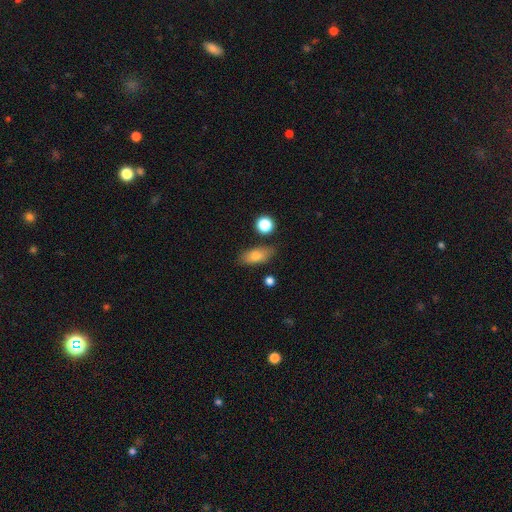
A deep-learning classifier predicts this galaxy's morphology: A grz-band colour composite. It shows a smooth galaxy with no disk features (75%) that is in between round and cigar-shaped (80%). Merging: none (80%).